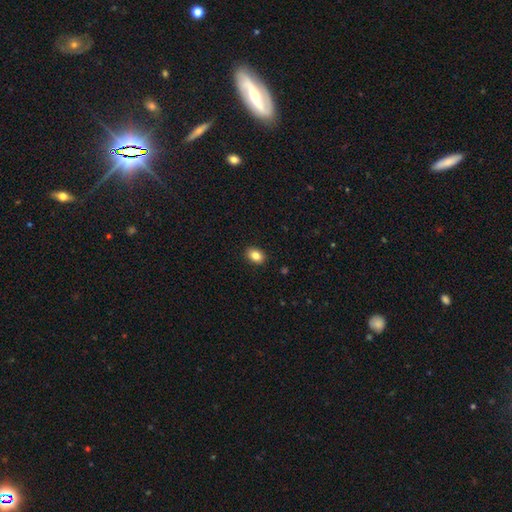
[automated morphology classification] Smooth or featured? smooth (85%)
How rounded? in between (75%)
Merging? none (90%)